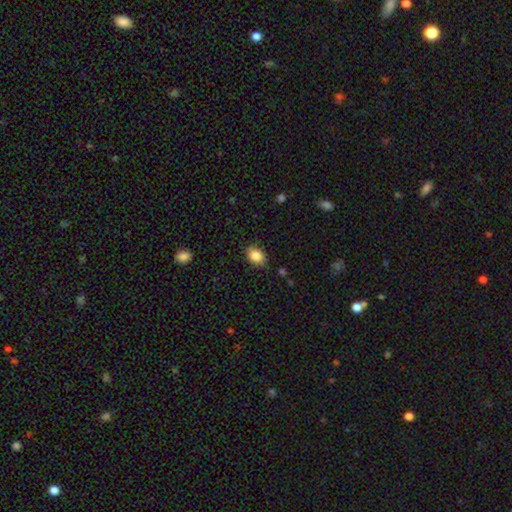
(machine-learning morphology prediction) A smooth galaxy with no disk features (86%) that is in between round and cigar-shaped (76%).

Vote fractions:
- Smooth or featured? smooth: 86% / star or artifact: 8% / featured or disk: 6%
- How rounded? in between: 76% / round: 23% / cigar-shaped: 1%
- Merging? none: 84% / minor disturbance: 12% / major disturbance: 2% / merger: 1%